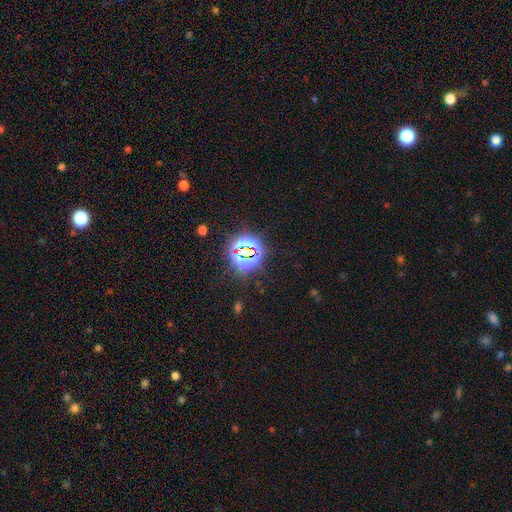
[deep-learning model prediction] This is clearly a star or artifact rather than a galaxy (80%).